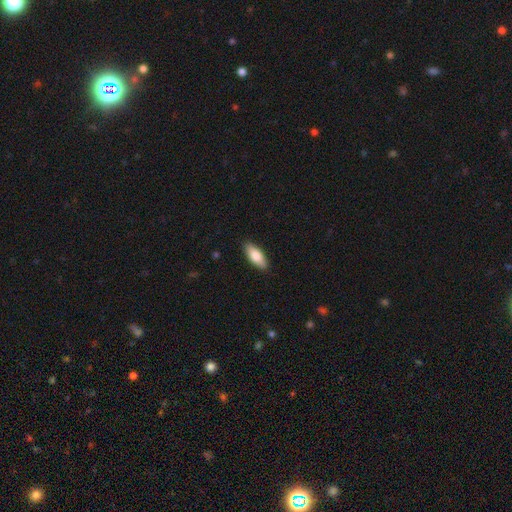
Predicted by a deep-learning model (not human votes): Smooth or featured: smooth — 80% (featured or disk — 14%)
How rounded: in between — 78% (cigar-shaped — 20%)
Merging: none — 89% (minor disturbance — 9%)